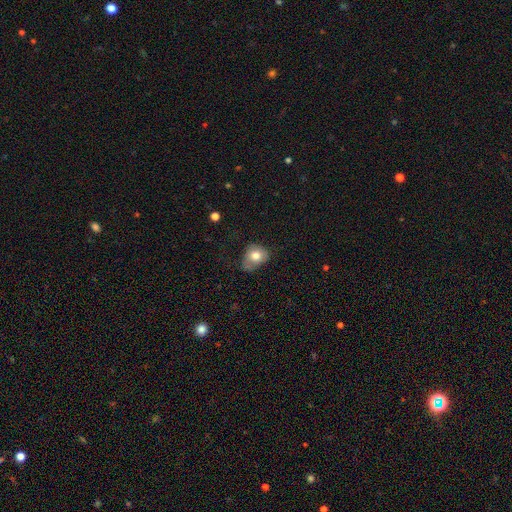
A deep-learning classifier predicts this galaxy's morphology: Smooth or featured?
  - smooth: 75% *
  - featured or disk: 16%
  - star or artifact: 9%
How rounded?
  - in between: 52% *
  - round: 47%
  - cigar-shaped: 1%
Merging?
  - minor disturbance: 39% *
  - none: 38%
  - major disturbance: 20%
  - merger: 3%